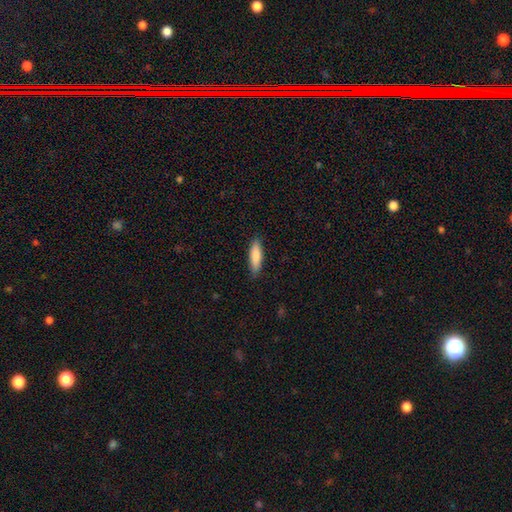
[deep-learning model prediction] Smooth or featured? Predicted: smooth (p=0.85). How rounded? Predicted: cigar-shaped (p=0.60). Merging? Predicted: none (p=0.86).